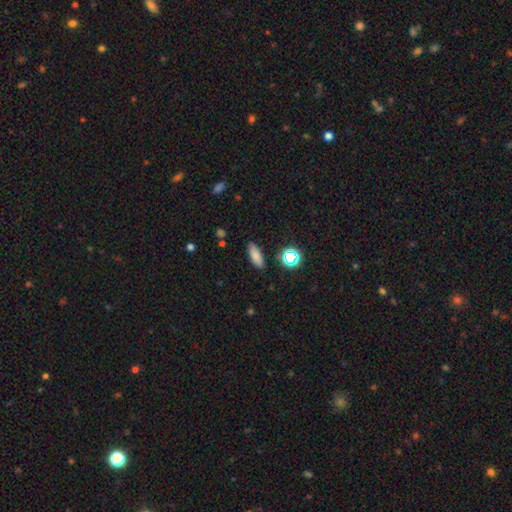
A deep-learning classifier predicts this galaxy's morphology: Smooth or featured?
  - smooth: 78% *
  - star or artifact: 14%
  - featured or disk: 8%
How rounded?
  - in between: 72% *
  - cigar-shaped: 23%
  - round: 5%
Merging?
  - none: 86% *
  - minor disturbance: 9%
  - major disturbance: 3%
  - merger: 2%